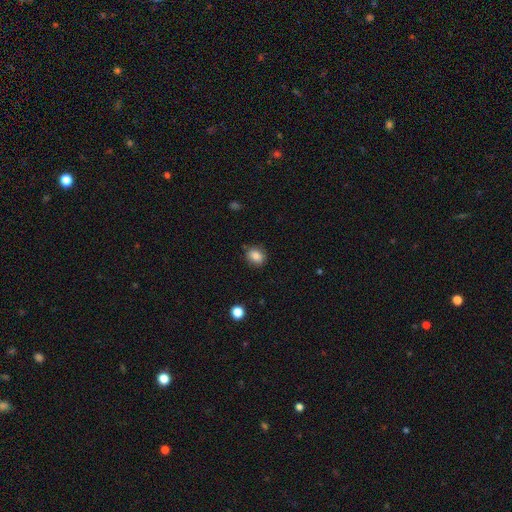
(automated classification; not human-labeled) smooth 84%, star or artifact 10%, featured or disk 6%. Down the decision tree: how rounded — round (60%); merging — none (84%).